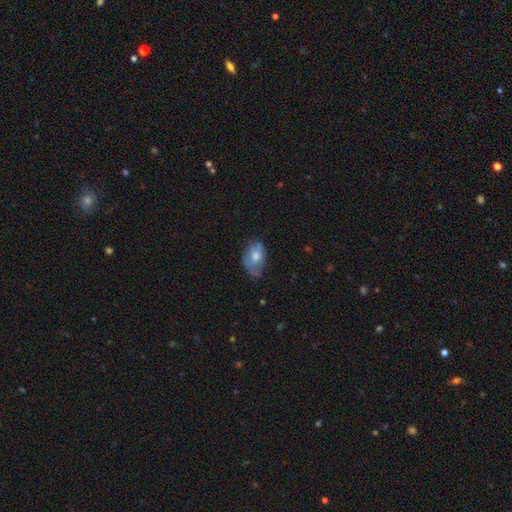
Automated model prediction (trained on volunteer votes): This is possibly a smooth galaxy (57%). How rounded: clearly in between (86%). Merging: possibly none (53%).